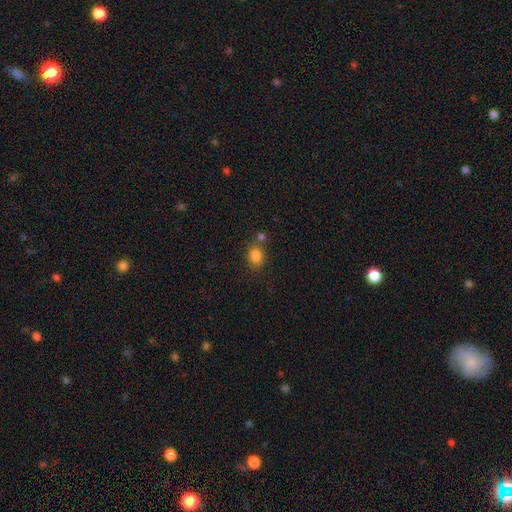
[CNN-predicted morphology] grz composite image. It shows a smooth galaxy with no disk features (84%) that is round (58%). Merging: none (66%).